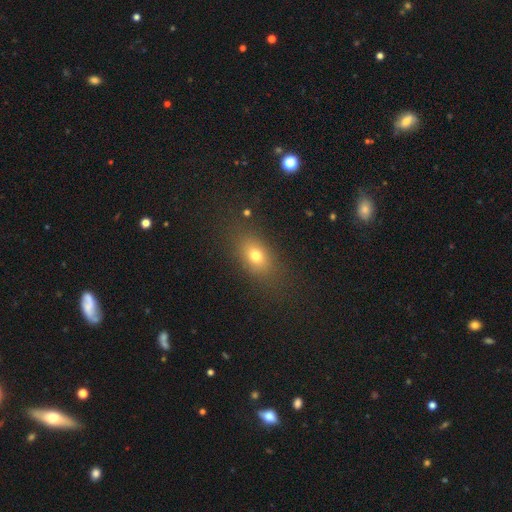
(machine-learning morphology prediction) Smooth or featured: smooth — 73% (star or artifact — 14%)
How rounded: in between — 74% (round — 21%)
Merging: none — 80% (minor disturbance — 12%)